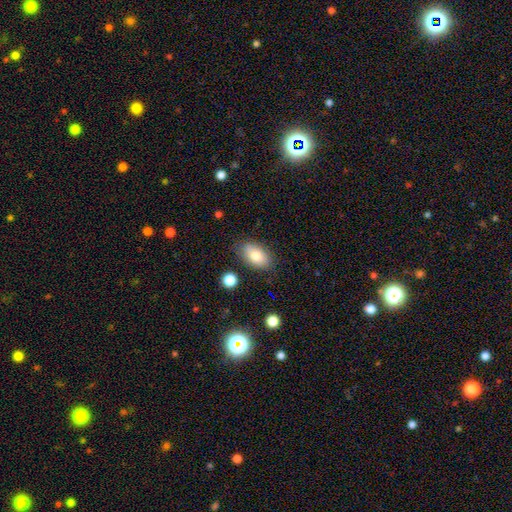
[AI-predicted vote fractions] Smooth or featured? Predicted: smooth (p=0.80). How rounded? Predicted: in between (p=0.92). Merging? Predicted: none (p=0.81).